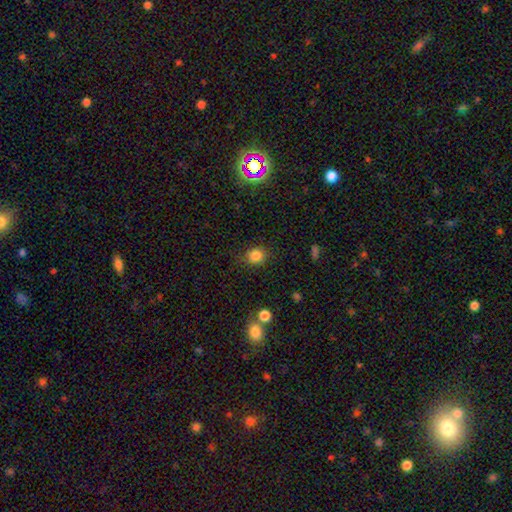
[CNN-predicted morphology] A smooth galaxy with no disk features (83%) that is round (79%).

Vote fractions:
- Smooth or featured? smooth: 83% / star or artifact: 12% / featured or disk: 5%
- How rounded? round: 79% / in between: 20% / cigar-shaped: 1%
- Merging? none: 81% / minor disturbance: 13% / major disturbance: 4% / merger: 2%